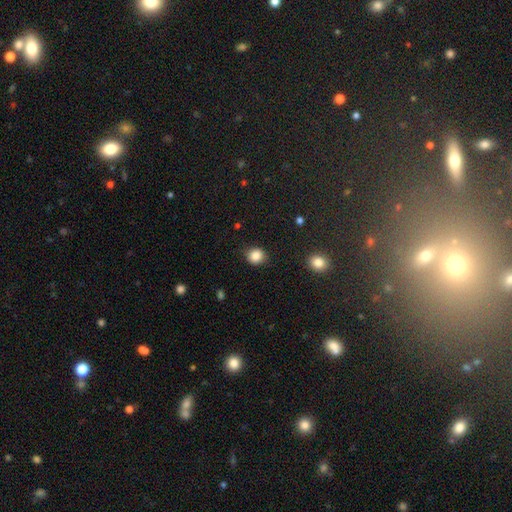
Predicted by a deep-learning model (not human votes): This appears to be a smooth galaxy with no disk features (86%) that is round (85%). Merging: none (86%).